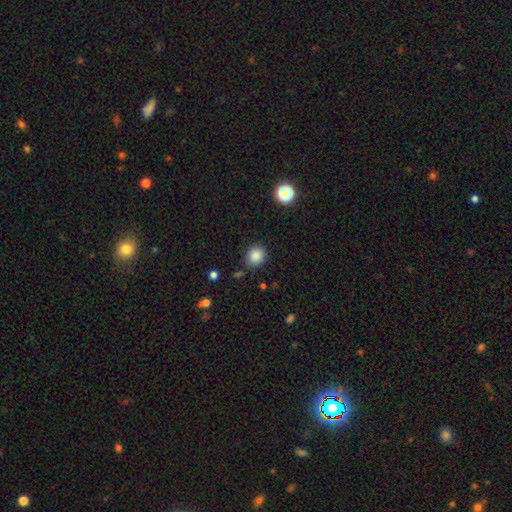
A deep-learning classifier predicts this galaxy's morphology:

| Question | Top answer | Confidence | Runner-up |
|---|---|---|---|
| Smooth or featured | smooth | 86% | star or artifact (10%) |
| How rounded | round | 80% | in between (19%) |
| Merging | none | 84% | minor disturbance (11%) |